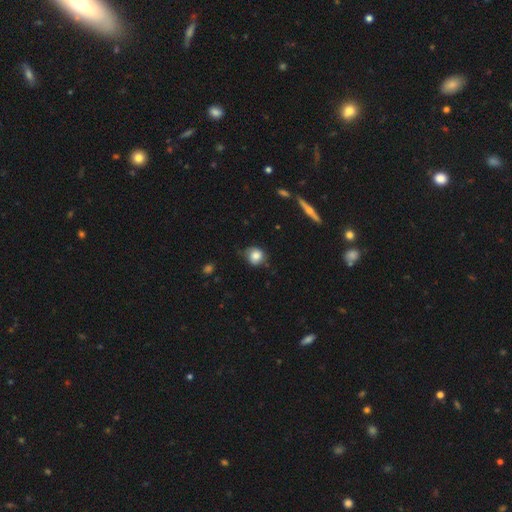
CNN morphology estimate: The model was most divided on "merging": none: 67%, minor disturbance: 25%, major disturbance: 5%, merger: 2%. More confident: how rounded — round (84%); smooth or featured — smooth (80%).